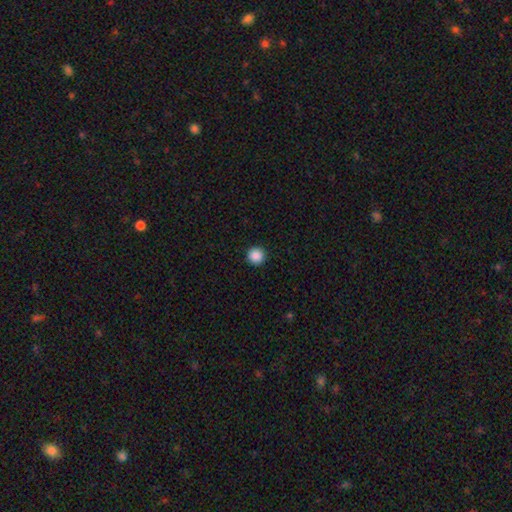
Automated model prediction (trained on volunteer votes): Morphology: type=smooth (88%); roundness=round (96%); merging=none (93%).